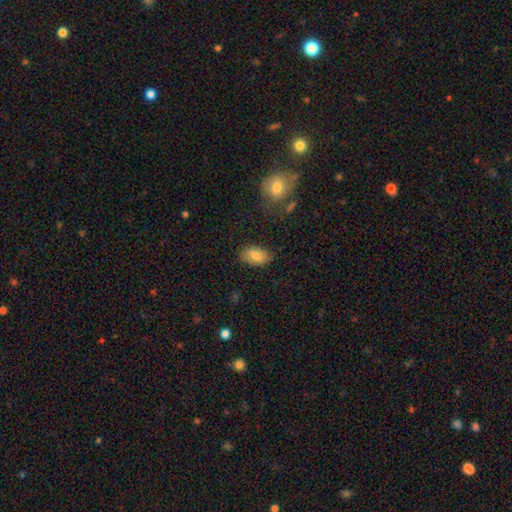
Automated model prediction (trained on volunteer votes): Smooth or featured: smooth — 82% (featured or disk — 11%)
How rounded: in between — 93% (round — 5%)
Merging: none — 79% (minor disturbance — 15%)